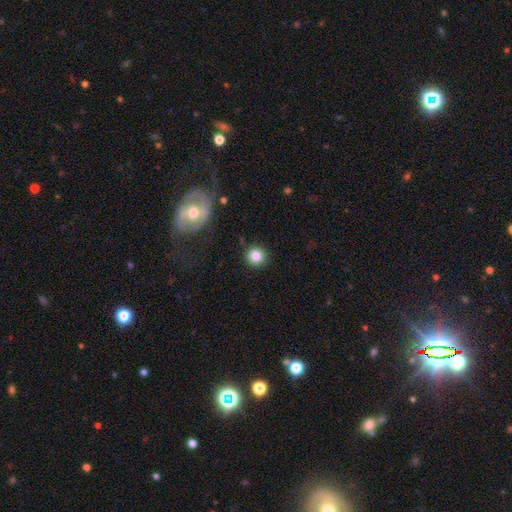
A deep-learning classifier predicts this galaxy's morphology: smooth 83%, star or artifact 11%, featured or disk 7%. Down the decision tree: how rounded — round (94%); merging — none (90%).